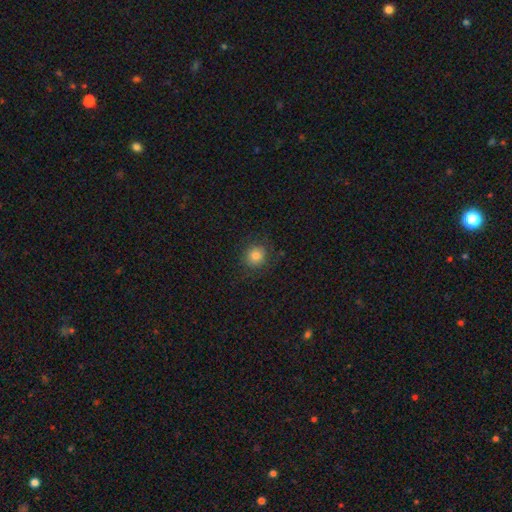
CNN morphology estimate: type=smooth (80%); roundness=round (87%); merging=none (85%).